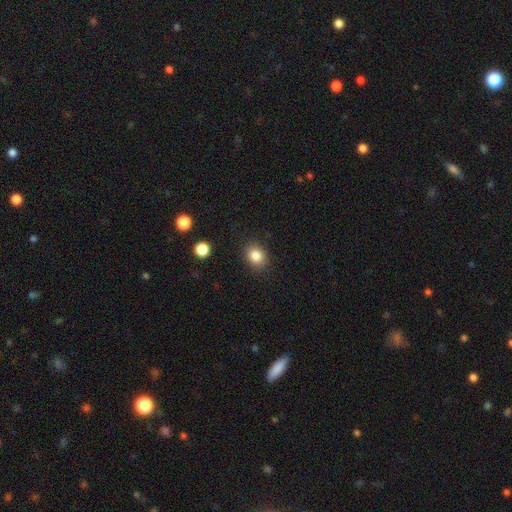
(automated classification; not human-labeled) Smooth or featured?
  - smooth: 84% *
  - star or artifact: 10%
  - featured or disk: 6%
How rounded?
  - round: 62% *
  - in between: 37%
  - cigar-shaped: 1%
Merging?
  - none: 88% *
  - minor disturbance: 8%
  - major disturbance: 3%
  - merger: 1%